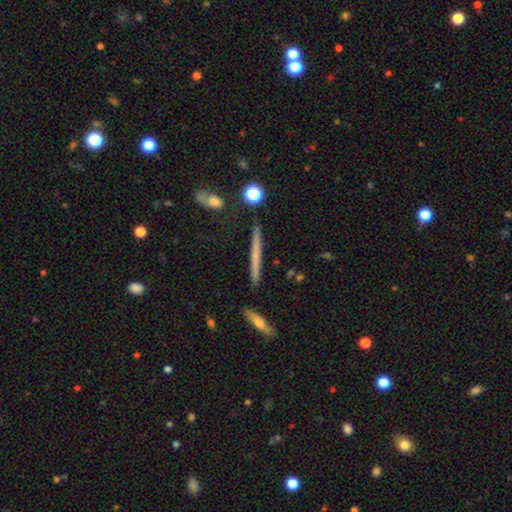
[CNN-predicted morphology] The model was most divided on "smooth or featured": featured or disk: 48%, smooth: 44%, star or artifact: 8%. More confident: merging — none (88%).